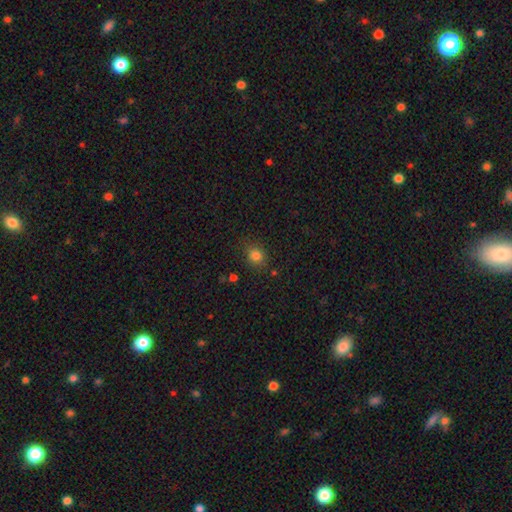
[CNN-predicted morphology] This is clearly a smooth galaxy (81%). How rounded: likely round (68%). Merging: clearly none (81%).